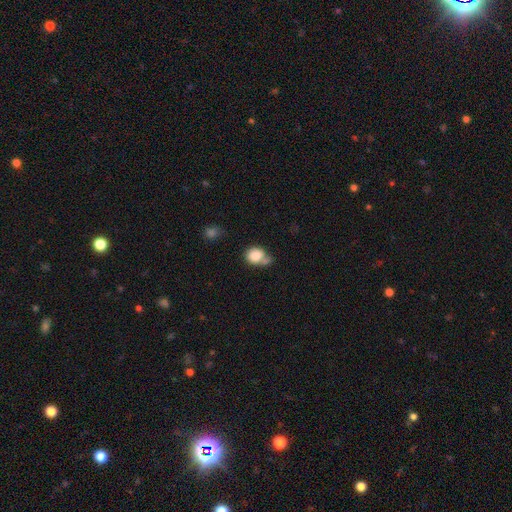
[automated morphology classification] smooth_or_featured: smooth (p=0.82) [alt: star or artifact p=0.09]
how_rounded: round (p=0.59) [alt: in between p=0.40]
merging: none (p=0.34) [alt: merger p=0.30]